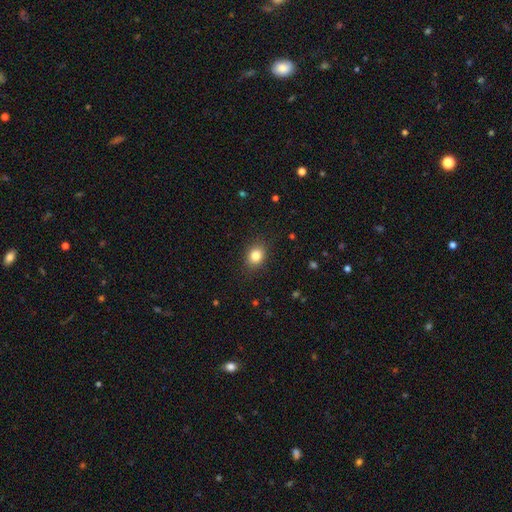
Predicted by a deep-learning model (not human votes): Smooth or featured? smooth (83%)
How rounded? round (53%)
Merging? none (87%)